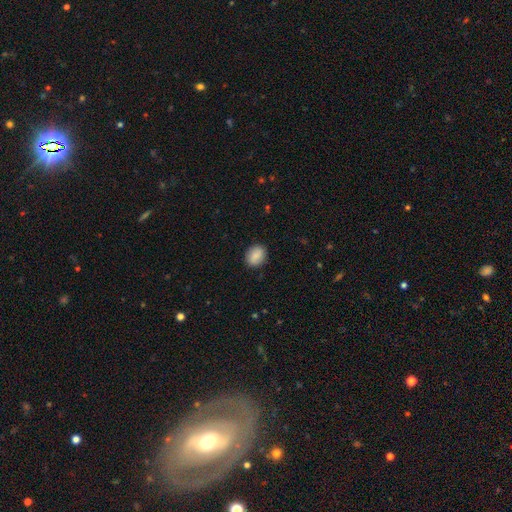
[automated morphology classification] A smooth galaxy with no disk features (85%) that is in between round and cigar-shaped (56%). Merging: none (87%).